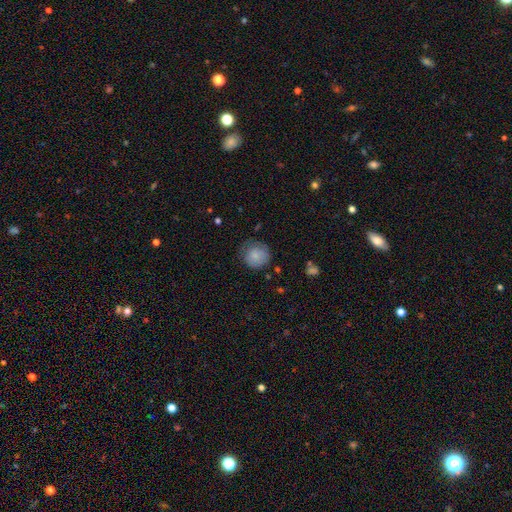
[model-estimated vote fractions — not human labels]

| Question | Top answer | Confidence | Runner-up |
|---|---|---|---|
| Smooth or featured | smooth | 82% | featured or disk (10%) |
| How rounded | round | 90% | in between (9%) |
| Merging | none | 65% | minor disturbance (25%) |